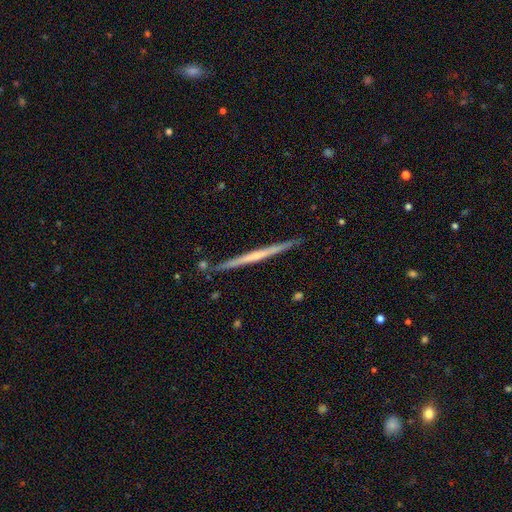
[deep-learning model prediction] This is likely a featured or disk galaxy (74%). It is clearly viewed edge-on (98%). Edge-on bulge: possibly none (48%). Merging: clearly none (90%).